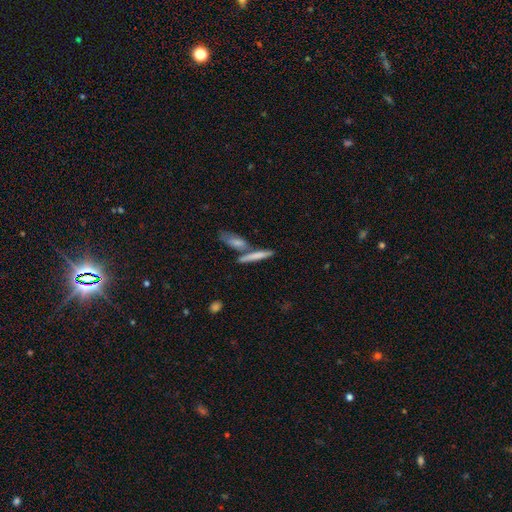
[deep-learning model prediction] This is likely a smooth galaxy (69%). How rounded: clearly cigar-shaped (83%). Merging: possibly none (58%).